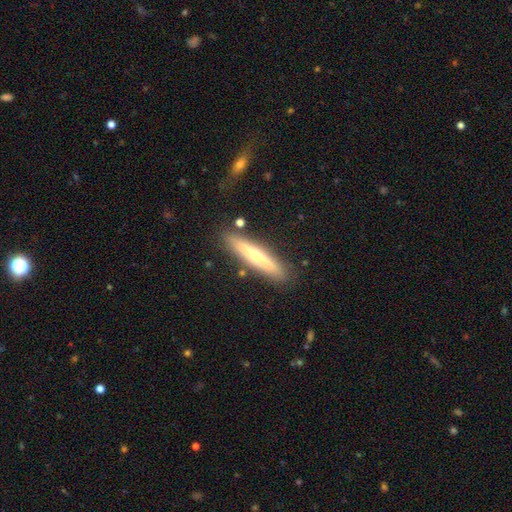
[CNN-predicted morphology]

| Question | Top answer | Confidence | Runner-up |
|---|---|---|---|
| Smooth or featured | smooth | 52% | featured or disk (42%) |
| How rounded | cigar-shaped | 89% | in between (9%) |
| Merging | none | 85% | minor disturbance (10%) |